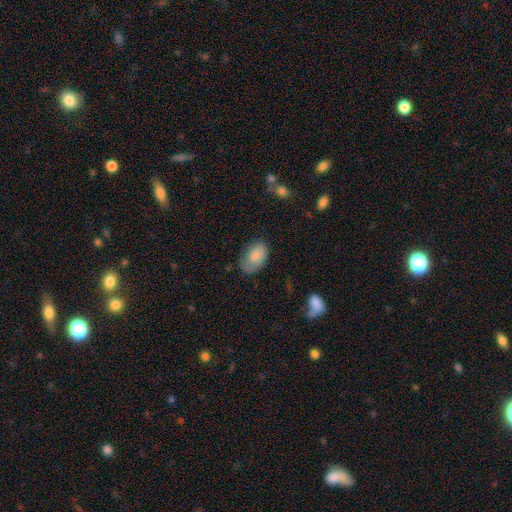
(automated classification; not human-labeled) This appears to be a smooth galaxy with no disk features (83%) that is in between round and cigar-shaped (92%). Merging: none (63%).